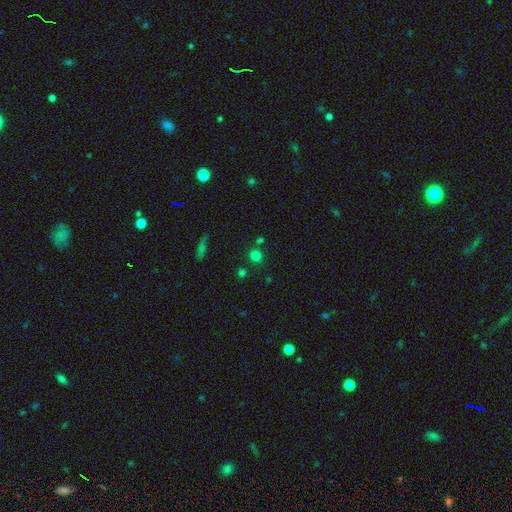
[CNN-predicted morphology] A smooth galaxy with no disk features (75%) that is round (88%).

Vote fractions:
- Smooth or featured? smooth: 75% / star or artifact: 19% / featured or disk: 5%
- How rounded? round: 88% / in between: 11% / cigar-shaped: 1%
- Merging? none: 79% / merger: 10% / minor disturbance: 8% / major disturbance: 3%